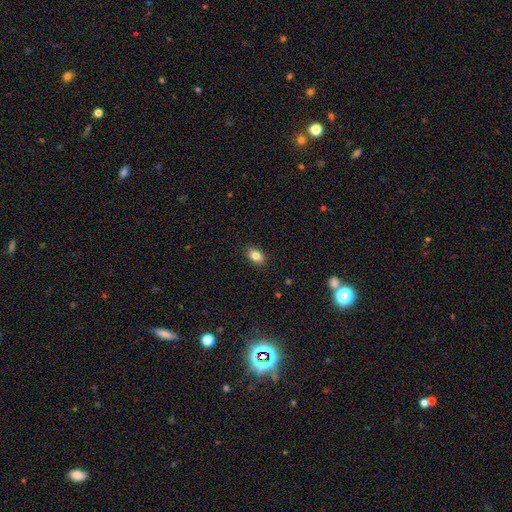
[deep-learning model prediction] Smooth or featured? smooth (84%)
How rounded? in between (86%)
Merging? none (89%)